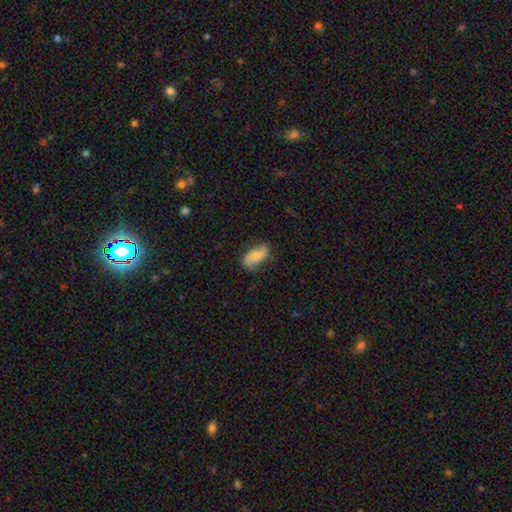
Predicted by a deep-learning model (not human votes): Overall: smooth (58%; featured or disk 35%). How rounded: in between (88%). Merging: none (71%).